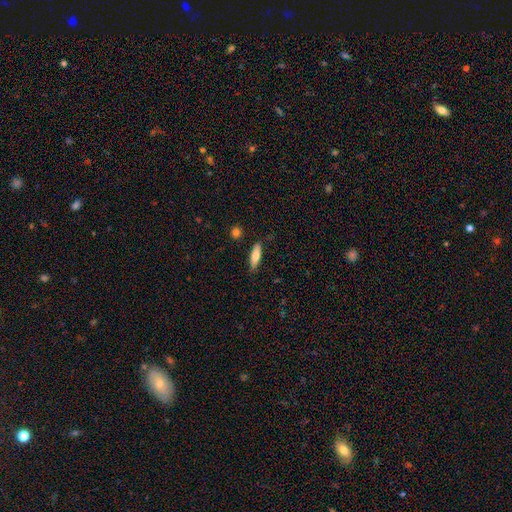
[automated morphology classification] smooth-or-featured: smooth: 74% | featured or disk: 20% | star or artifact: 6%
  how-rounded: cigar-shaped: 51% | in between: 47% | round: 2%
  merging: none: 84% | minor disturbance: 12% | major disturbance: 2% | merger: 2%